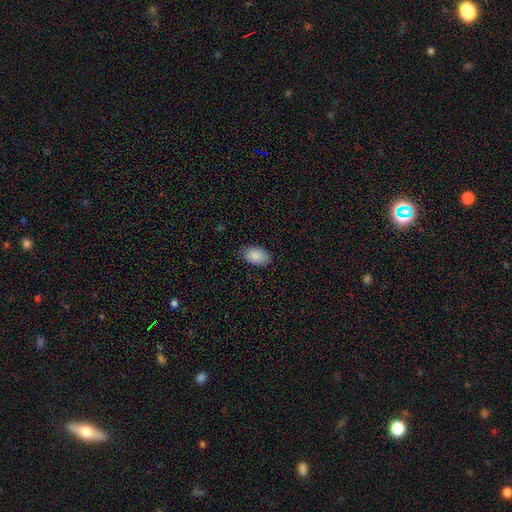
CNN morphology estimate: Smooth or featured: smooth — 89% (star or artifact — 7%)
How rounded: in between — 93% (round — 6%)
Merging: none — 84% (minor disturbance — 13%)